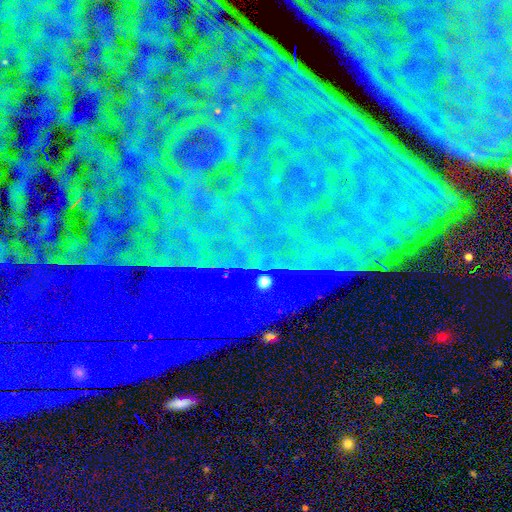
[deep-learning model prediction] Morphology: type=star or artifact (86%).